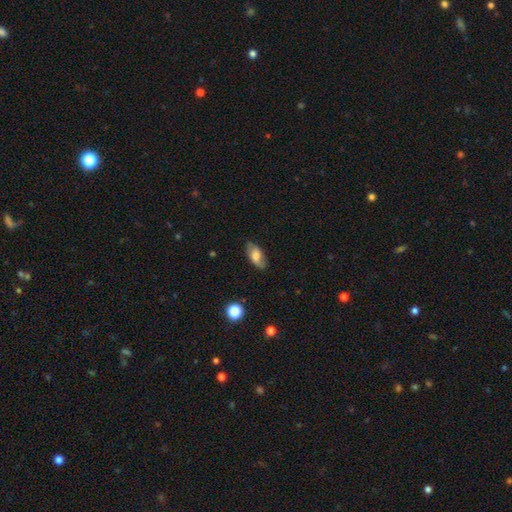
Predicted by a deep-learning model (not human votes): Smooth or featured? smooth (64%)
How rounded? in between (90%)
Merging? none (78%)